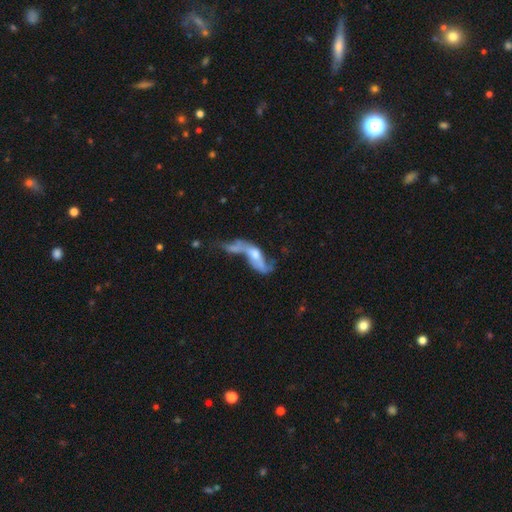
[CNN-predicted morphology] featured or disk 71%, smooth 19%, star or artifact 10%. Down the decision tree: edge-on disk — no (81%); bar — no (60%); spiral arms — yes (70%); bulge size — moderate (50%); merging — merger (44%).